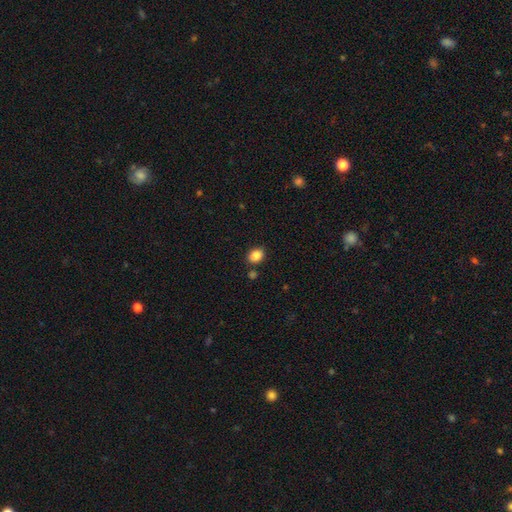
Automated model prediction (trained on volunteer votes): smooth-or-featured: smooth: 87% | star or artifact: 9% | featured or disk: 4%
  how-rounded: in between: 65% | round: 34% | cigar-shaped: 1%
  merging: none: 80% | minor disturbance: 11% | merger: 6% | major disturbance: 3%